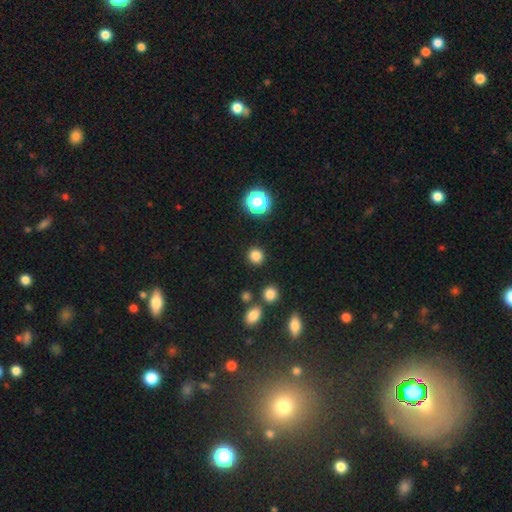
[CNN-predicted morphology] This is clearly a smooth galaxy (82%). How rounded: clearly round (89%). Merging: clearly none (89%).